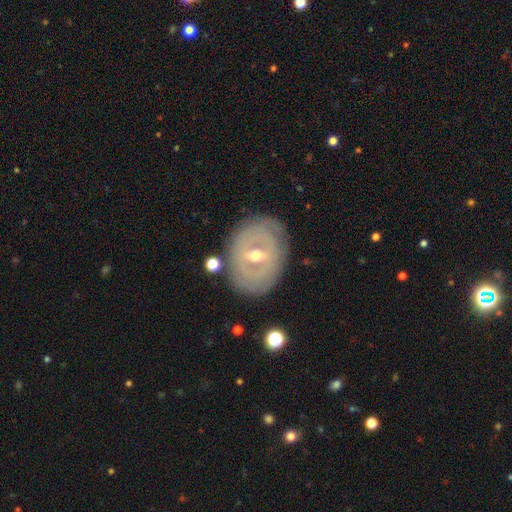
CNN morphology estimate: Overall: featured or disk (78%). Edge-on disk: no (94%). Bar: weak (43%; strong 40%). Spiral arms: yes (52%; no 48%). Bulge size: moderate (64%; small 32%). Merging: none (79%).